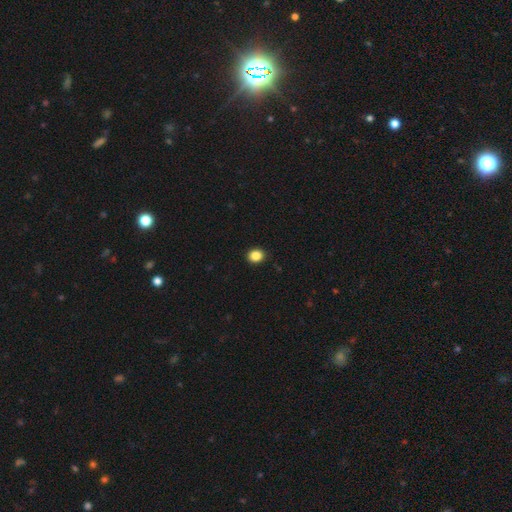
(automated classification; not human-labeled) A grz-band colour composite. It shows a smooth galaxy with no disk features (87%) that is round (69%). Merging: none (92%).